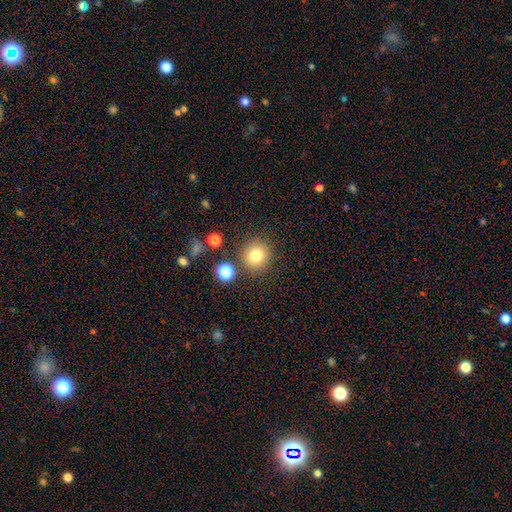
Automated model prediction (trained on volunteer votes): smooth 77%, star or artifact 14%, featured or disk 9%. Down the decision tree: how rounded — round (92%); merging — none (85%).